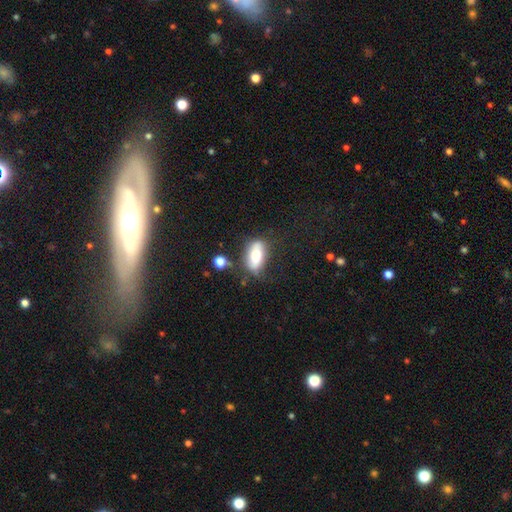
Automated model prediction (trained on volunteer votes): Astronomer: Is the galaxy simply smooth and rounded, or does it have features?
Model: smooth — 64%.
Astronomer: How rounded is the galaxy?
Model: in between — 85%.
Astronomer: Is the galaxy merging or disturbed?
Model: none — 59%.